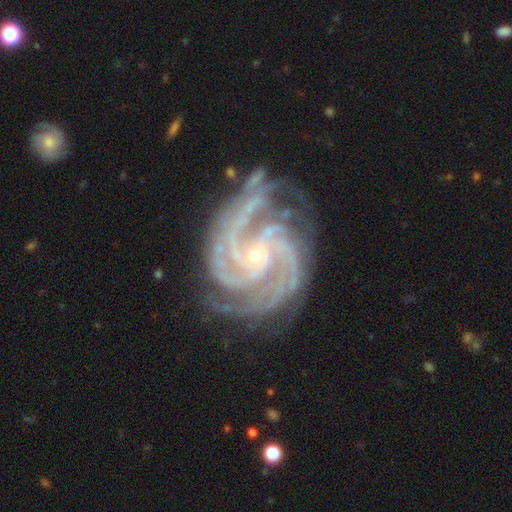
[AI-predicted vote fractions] featured or disk 93%, star or artifact 5%, smooth 2%. Down the decision tree: edge-on disk — no (98%); bar — no (63%); spiral arms — yes (99%); spiral arm count — 4 (31%, tied with 3); spiral winding — tight (60%); bulge size — small (85%); merging — none (74%).